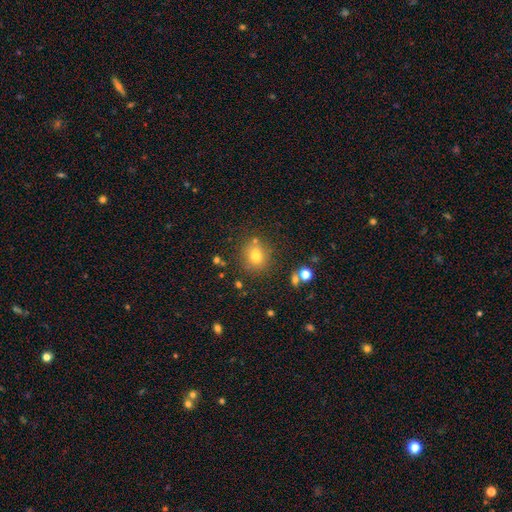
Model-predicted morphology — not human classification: Smooth or featured? Predicted: smooth (p=0.70). How rounded? Predicted: round (p=0.82). Merging? Predicted: none (p=0.78).